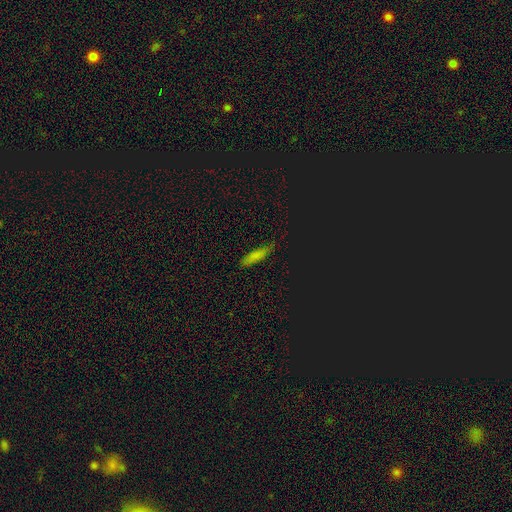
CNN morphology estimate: Smooth or featured?
  - smooth: 71% *
  - star or artifact: 17%
  - featured or disk: 12%
How rounded?
  - cigar-shaped: 66% *
  - in between: 31%
  - round: 3%
Merging?
  - none: 74% *
  - minor disturbance: 20%
  - major disturbance: 4%
  - merger: 2%